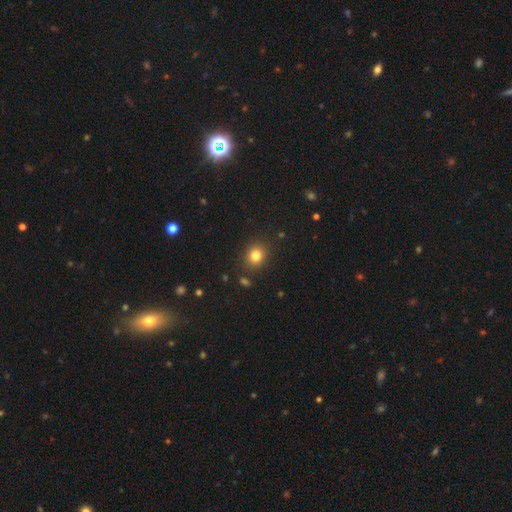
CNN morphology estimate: smooth_or_featured: smooth (p=0.81) [alt: star or artifact p=0.13]
how_rounded: round (p=0.67) [alt: in between p=0.32]
merging: none (p=0.86) [alt: minor disturbance p=0.09]